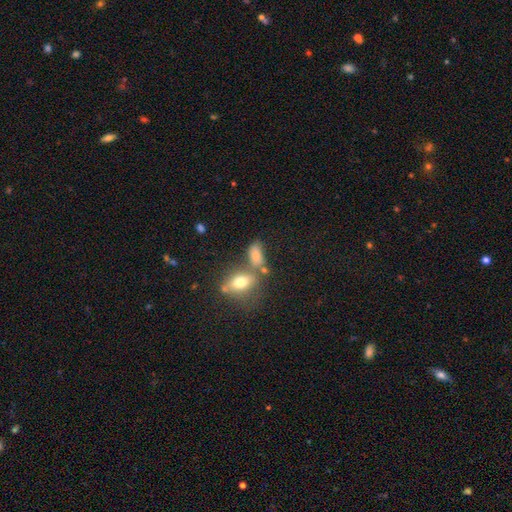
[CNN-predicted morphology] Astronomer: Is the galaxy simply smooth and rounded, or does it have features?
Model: smooth — 76%.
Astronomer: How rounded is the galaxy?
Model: in between — 82%.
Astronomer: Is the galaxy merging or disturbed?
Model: none — 45% (runner-up: merger, 31%).